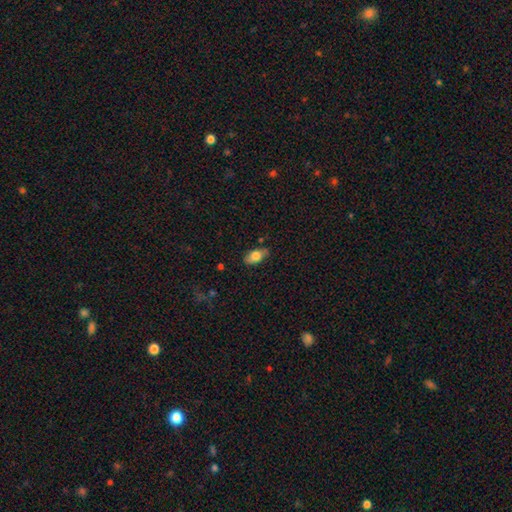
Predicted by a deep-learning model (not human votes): Smooth or featured: smooth — 77% (featured or disk — 16%)
How rounded: in between — 89% (cigar-shaped — 6%)
Merging: none — 78% (minor disturbance — 17%)